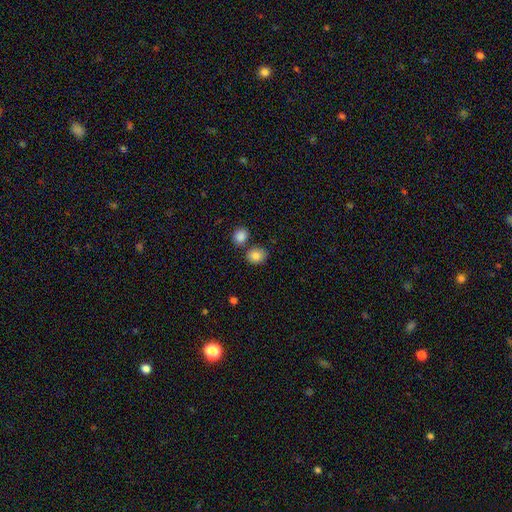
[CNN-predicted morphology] type=smooth (86%); roundness=round (59%); merging=none (68%).